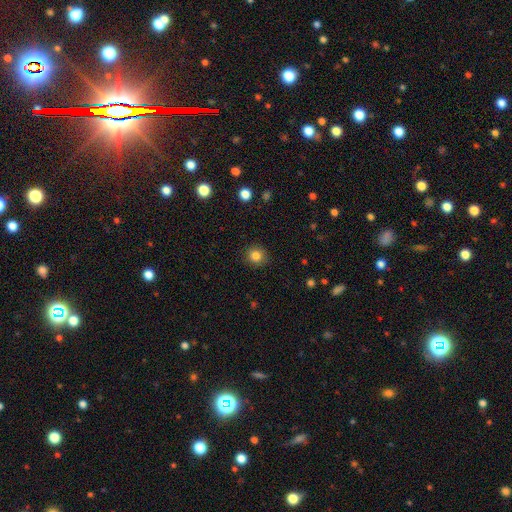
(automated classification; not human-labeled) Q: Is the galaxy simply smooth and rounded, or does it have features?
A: smooth — 84%.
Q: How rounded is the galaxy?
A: round — 90%.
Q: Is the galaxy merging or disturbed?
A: none — 90%.